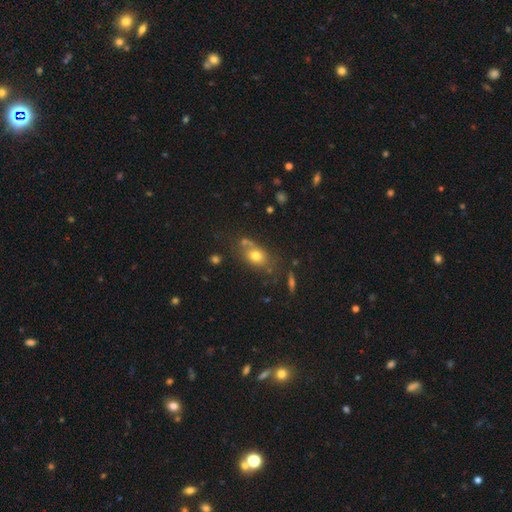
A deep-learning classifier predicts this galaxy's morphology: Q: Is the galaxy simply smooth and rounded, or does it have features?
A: smooth — 73%.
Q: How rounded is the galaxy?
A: in between — 60%.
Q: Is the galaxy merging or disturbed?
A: none — 60%.